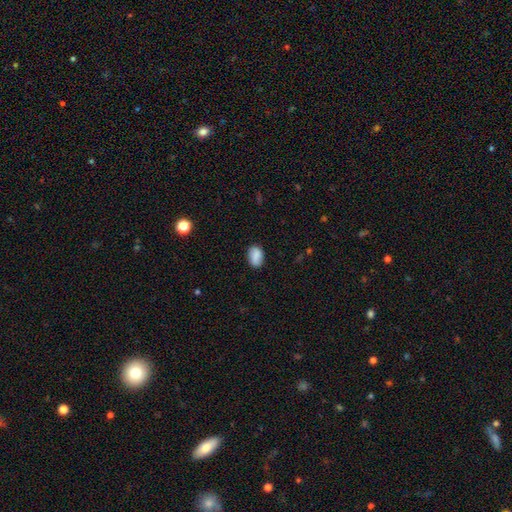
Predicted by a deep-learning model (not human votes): A smooth galaxy with no disk features (84%) that is in between round and cigar-shaped (84%). Merging: none (81%).